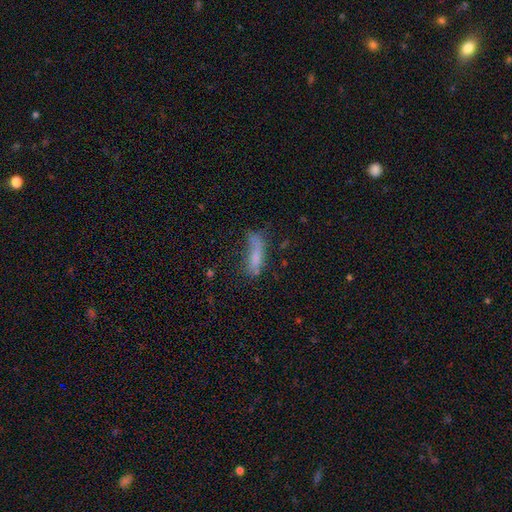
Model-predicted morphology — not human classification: smooth_or_featured: smooth (p=0.63) [alt: featured or disk p=0.23]
how_rounded: cigar-shaped (p=0.57) [alt: in between p=0.40]
merging: none (p=0.34) [alt: major disturbance p=0.30]